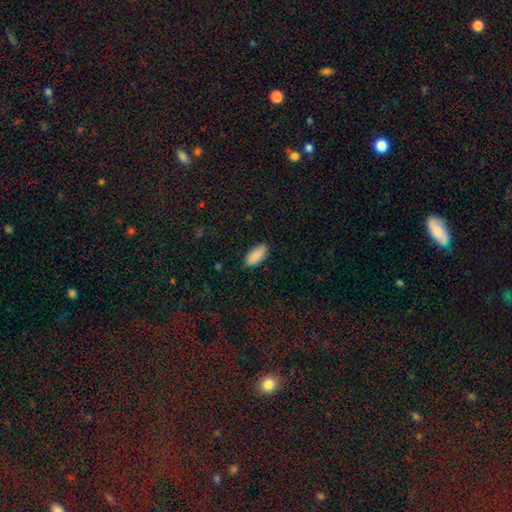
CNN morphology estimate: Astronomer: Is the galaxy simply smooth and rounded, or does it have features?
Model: smooth — 90%.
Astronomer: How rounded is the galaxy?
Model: in between — 90%.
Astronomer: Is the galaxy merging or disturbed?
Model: none — 84%.